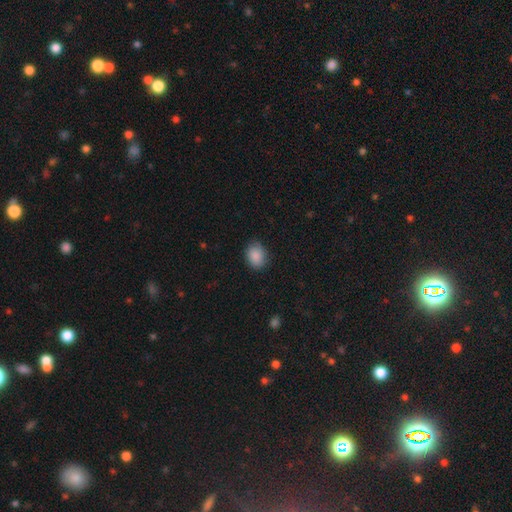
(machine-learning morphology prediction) A smooth galaxy with no disk features (89%) that is in between round and cigar-shaped (62%).

Vote fractions:
- Smooth or featured? smooth: 89% / star or artifact: 7% / featured or disk: 4%
- How rounded? in between: 62% / round: 37% / cigar-shaped: 1%
- Merging? none: 83% / minor disturbance: 13% / major disturbance: 3% / merger: 1%